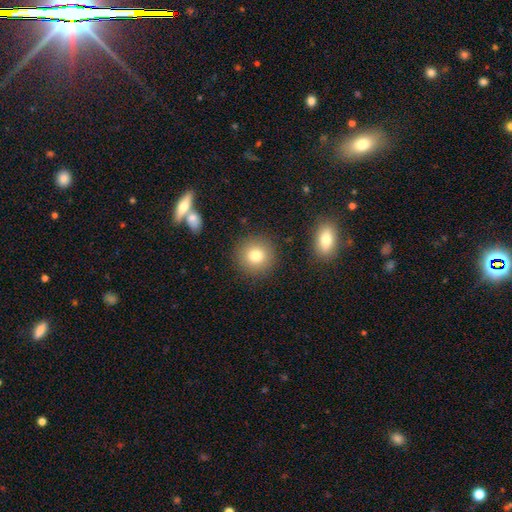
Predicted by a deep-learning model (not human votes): Smooth or featured: smooth — 79% (star or artifact — 11%)
How rounded: round — 93% (in between — 6%)
Merging: none — 88% (minor disturbance — 7%)